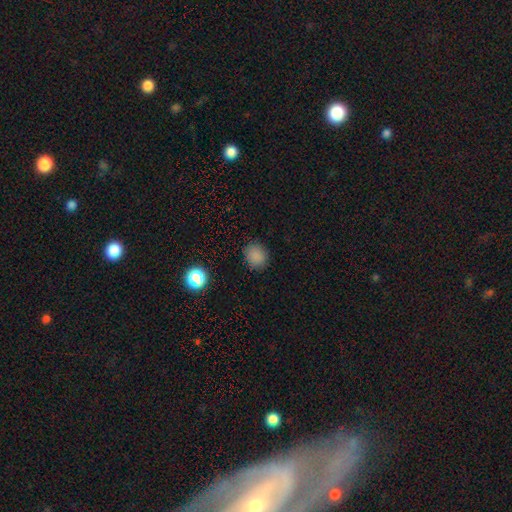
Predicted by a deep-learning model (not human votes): Morphology: type=smooth (84%); roundness=round (74%); merging=none (87%).